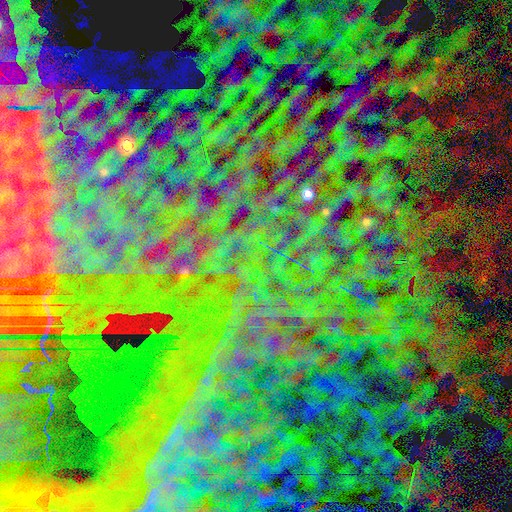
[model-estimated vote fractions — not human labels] Smooth or featured? star or artifact (86%)